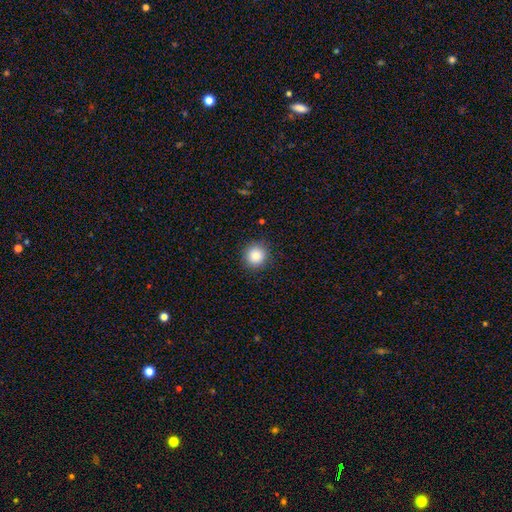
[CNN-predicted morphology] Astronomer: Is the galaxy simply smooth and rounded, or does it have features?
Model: smooth — 86%.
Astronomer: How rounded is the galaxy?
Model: round — 93%.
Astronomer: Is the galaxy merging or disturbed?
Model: none — 90%.